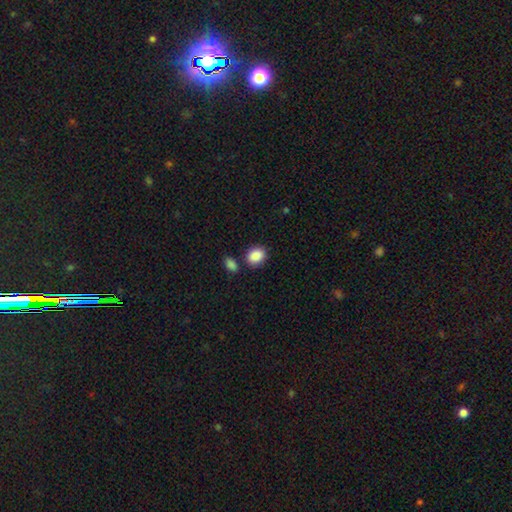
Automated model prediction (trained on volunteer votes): This appears to be a smooth galaxy with no disk features (88%) that is round (51%). Merging: none (75%).